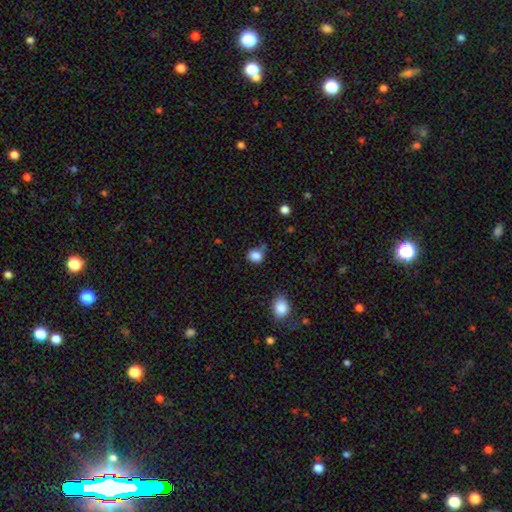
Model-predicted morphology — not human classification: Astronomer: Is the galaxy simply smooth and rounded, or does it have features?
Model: smooth — 84%.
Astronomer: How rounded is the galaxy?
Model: round — 71%.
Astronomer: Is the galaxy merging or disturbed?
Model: none — 61%.